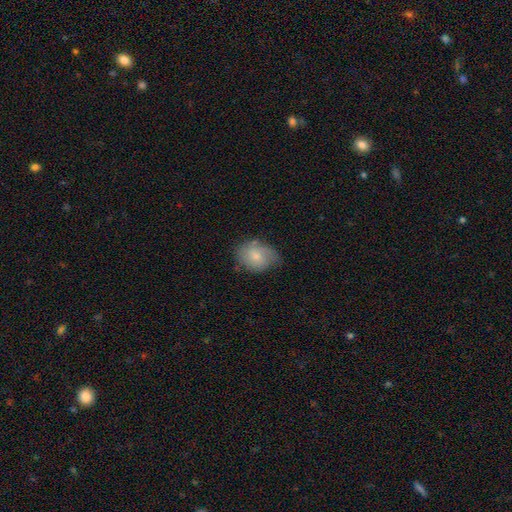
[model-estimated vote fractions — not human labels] Morphology: type=smooth (69%); roundness=in between (66%); merging=none (54%).